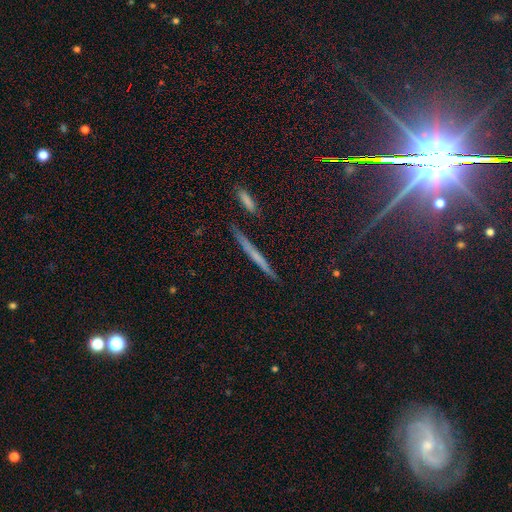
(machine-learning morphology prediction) A featured or disk galaxy (47%). Merging: none (86%).